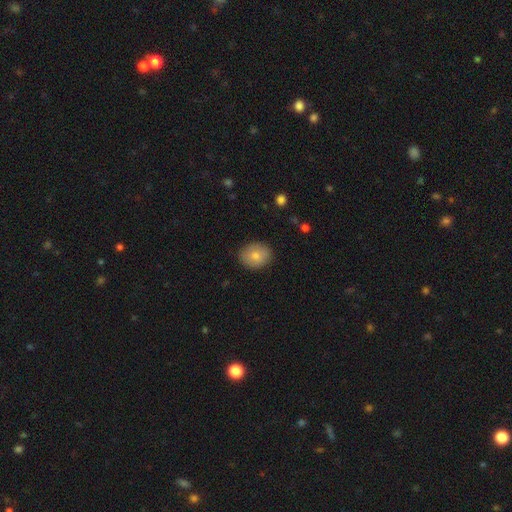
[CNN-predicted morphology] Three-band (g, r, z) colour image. It shows a smooth galaxy with no disk features (80%) that is round (55%). Merging: none (86%).